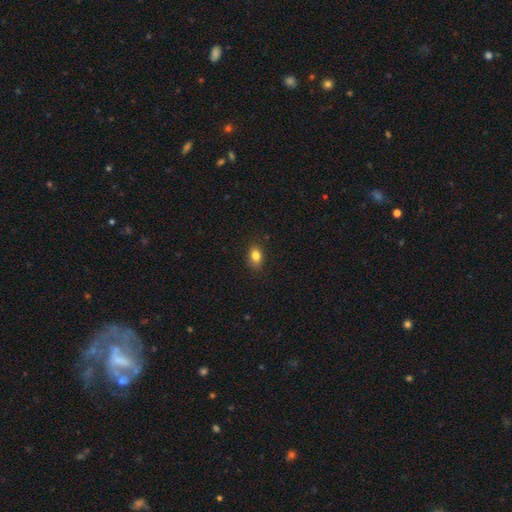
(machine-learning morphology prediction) This is clearly a smooth galaxy (82%). How rounded: likely in between (71%). Merging: clearly none (84%).